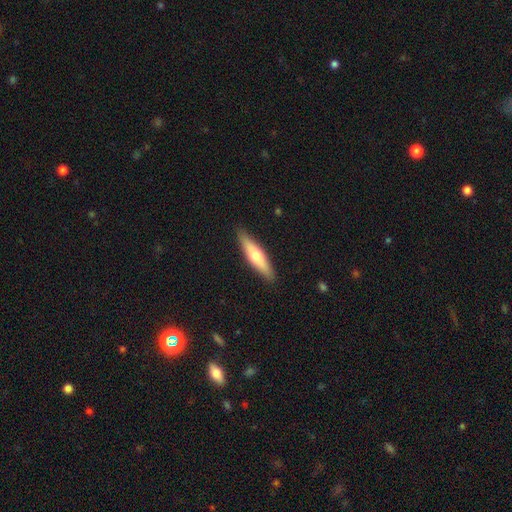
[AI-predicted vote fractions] smooth_or_featured: smooth (p=0.56) [alt: featured or disk p=0.39]
how_rounded: cigar-shaped (p=0.77) [alt: in between p=0.22]
merging: none (p=0.89) [alt: minor disturbance p=0.08]